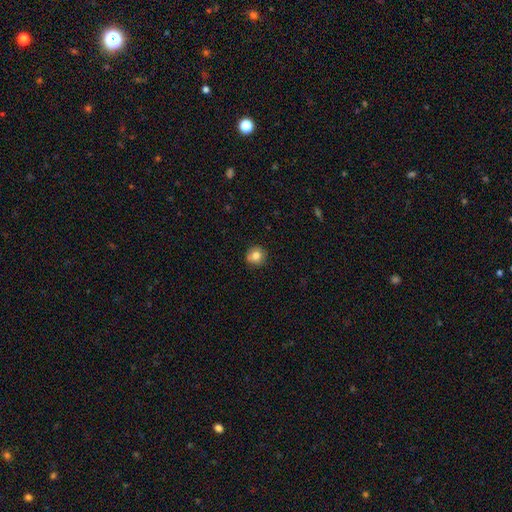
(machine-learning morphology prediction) type=smooth (83%); roundness=round (89%); merging=none (88%).